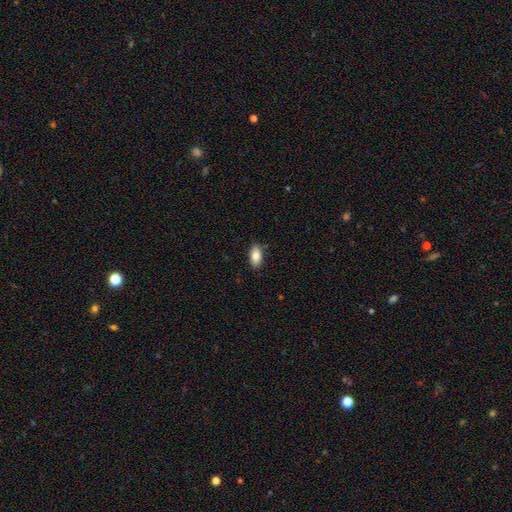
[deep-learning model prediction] A smooth galaxy with no disk features (84%) that is in between round and cigar-shaped (90%).

Vote fractions:
- Smooth or featured? smooth: 84% / featured or disk: 10% / star or artifact: 7%
- How rounded? in between: 90% / cigar-shaped: 7% / round: 3%
- Merging? none: 86% / minor disturbance: 10% / major disturbance: 2% / merger: 1%